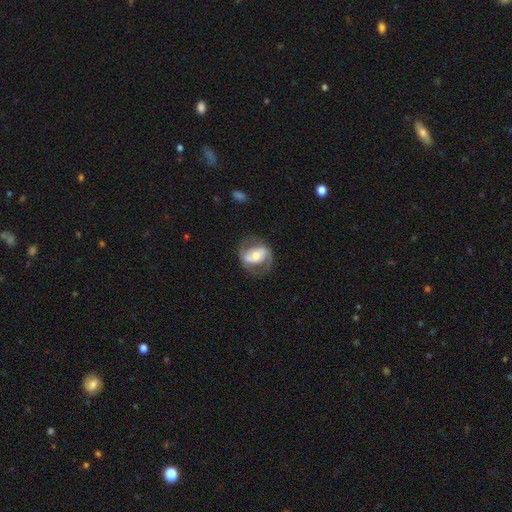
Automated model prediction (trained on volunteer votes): This appears to be a featured or disk galaxy (73%) with a strong bar (35%), 2 (87%) medium (49%) spiral arms (81%) and a moderate central bulge (61%). Merging: none (71%).